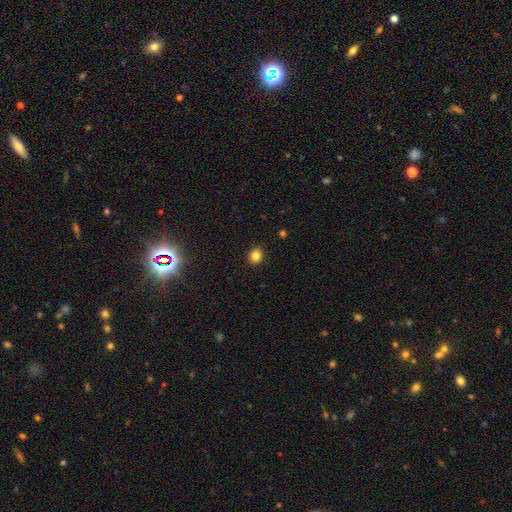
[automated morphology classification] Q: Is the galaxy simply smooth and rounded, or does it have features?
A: smooth — 83%.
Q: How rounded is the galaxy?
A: round — 77%.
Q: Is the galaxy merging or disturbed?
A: none — 92%.